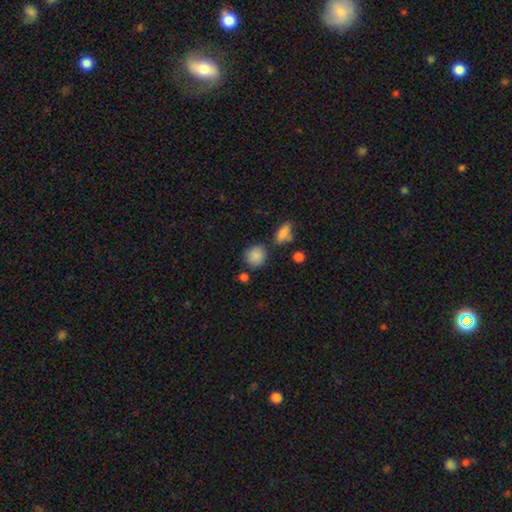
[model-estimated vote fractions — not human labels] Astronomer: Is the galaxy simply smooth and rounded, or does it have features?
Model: smooth — 86%.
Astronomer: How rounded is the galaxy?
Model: round — 77%.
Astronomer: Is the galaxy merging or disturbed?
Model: none — 71%.